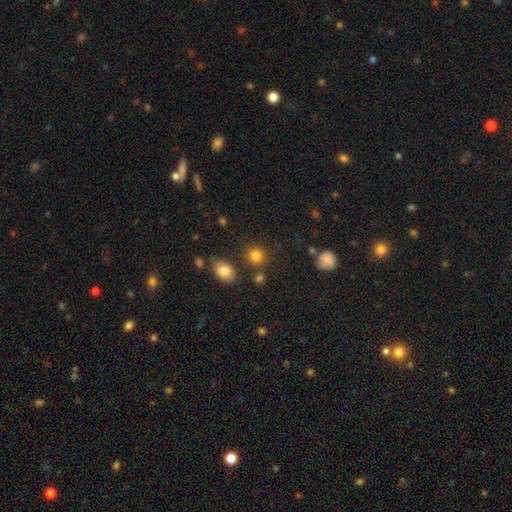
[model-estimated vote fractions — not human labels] This is clearly a smooth galaxy (82%). How rounded: clearly round (85%). Merging: clearly none (82%).